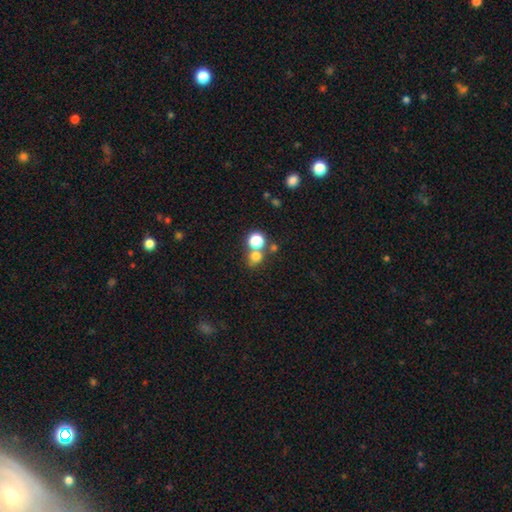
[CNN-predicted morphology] Smooth or featured? Predicted: smooth (p=0.73). How rounded? Predicted: round (p=0.82). Merging? Predicted: none (p=0.54).